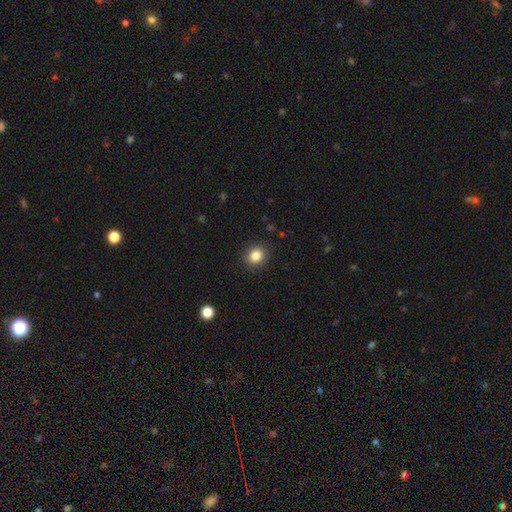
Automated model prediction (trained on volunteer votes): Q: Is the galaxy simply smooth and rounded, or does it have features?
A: smooth — 85%.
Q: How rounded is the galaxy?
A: round — 76%.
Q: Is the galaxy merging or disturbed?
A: none — 89%.